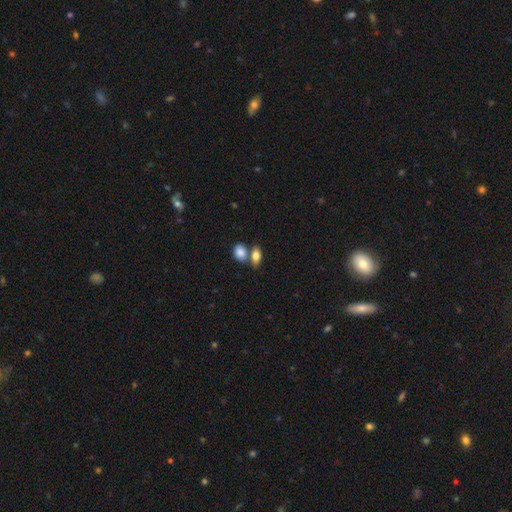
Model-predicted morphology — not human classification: Q: Smooth or featured?
A: smooth (81%); runner-up: featured or disk (11%)
Q: How rounded?
A: in between (81%); runner-up: round (14%)
Q: Merging?
A: none (48%); runner-up: merger (38%)